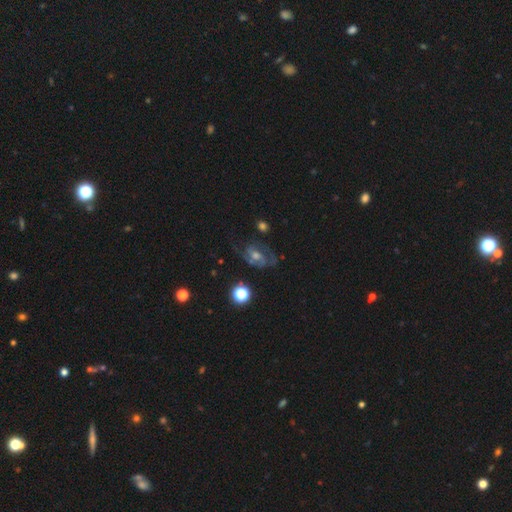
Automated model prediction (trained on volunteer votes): Morphology: type=featured or disk (68%); edge-on=no (95%); bar=no (49%); spiral arms=yes (79%); winding=medium (45%); arm count=2 (56%); bulge=moderate (56%); merging=none (57%).